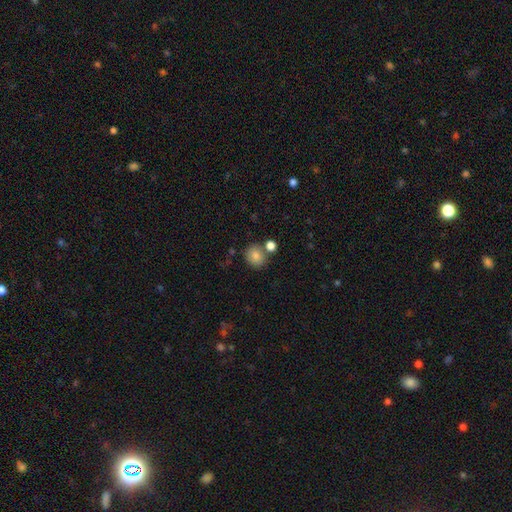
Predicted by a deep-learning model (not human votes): This is clearly a smooth galaxy (82%). How rounded: clearly round (81%). Merging: likely none (69%).